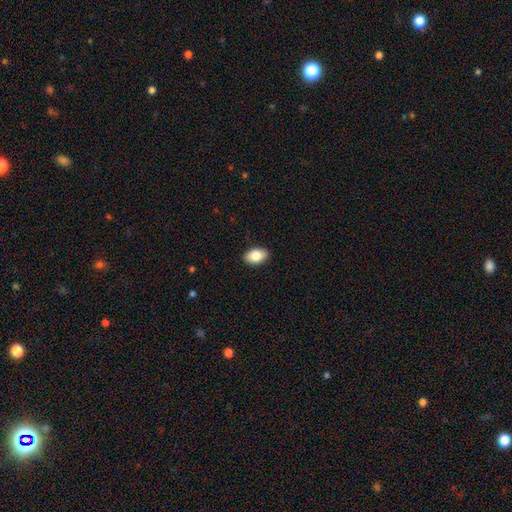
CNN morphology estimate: smooth_or_featured: smooth (p=0.83) [alt: featured or disk p=0.09]
how_rounded: in between (p=0.89) [alt: round p=0.10]
merging: none (p=0.89) [alt: minor disturbance p=0.08]